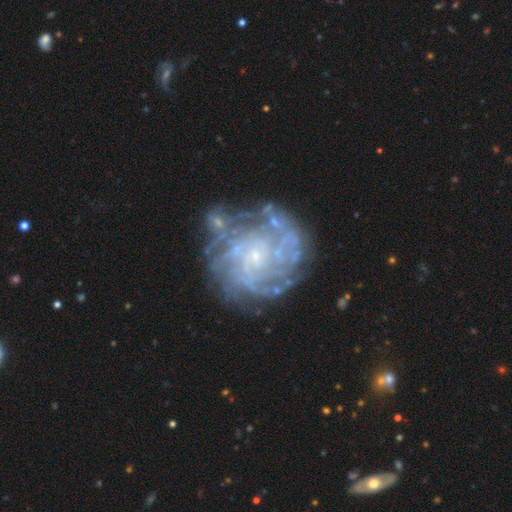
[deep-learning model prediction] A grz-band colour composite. It shows a featured or disk galaxy (84%) with no bar (75%), tight (68%) spiral arms (90%) and a small central bulge (79%). Merging: none (66%).